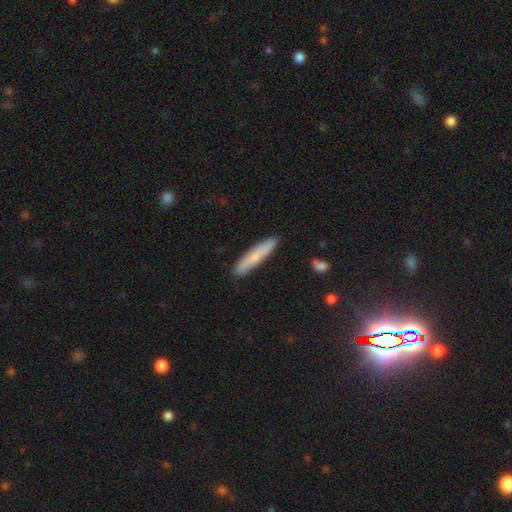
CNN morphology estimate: Smooth or featured? Predicted: smooth (p=0.73). How rounded? Predicted: cigar-shaped (p=0.90). Merging? Predicted: none (p=0.88).